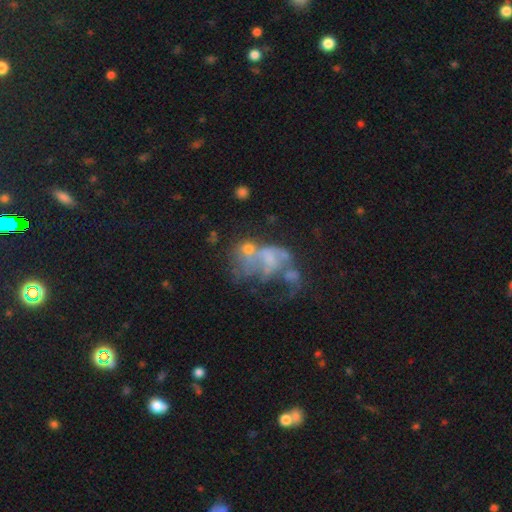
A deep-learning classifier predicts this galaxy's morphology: A featured or disk galaxy (61%) with no bar (86%), no spiral arms (84%) and no central bulge (61%).

Vote fractions:
- Smooth or featured? featured or disk: 61% / smooth: 21% / star or artifact: 18%
- Edge-on disk? no: 98% / yes: 2%
- Bar? no: 86% / weak: 11% / strong: 3%
- Spiral arms? no: 84% / yes: 16%
- Bulge size? none: 61% / small: 21% / moderate: 14% / large: 3% / dominant: 1%
- Merging? major disturbance: 35% / merger: 34% / none: 20% / minor disturbance: 11%